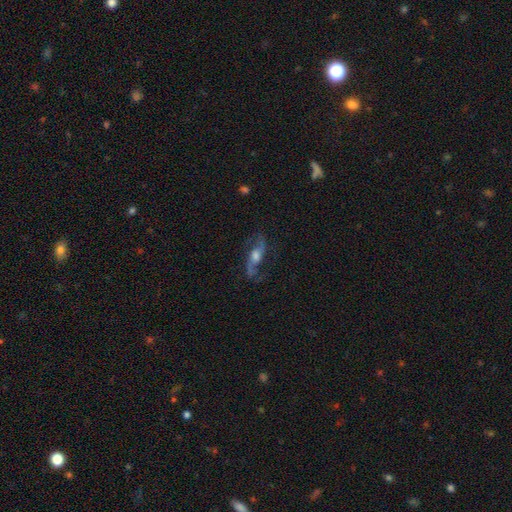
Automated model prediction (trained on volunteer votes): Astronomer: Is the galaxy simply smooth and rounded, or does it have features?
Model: featured or disk — 80%.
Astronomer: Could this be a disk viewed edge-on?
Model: no — 81%.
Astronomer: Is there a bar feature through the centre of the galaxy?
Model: no — 48% (runner-up: weak, 34%).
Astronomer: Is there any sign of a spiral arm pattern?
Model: yes — 93%.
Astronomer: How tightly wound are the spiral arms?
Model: loose — 64%.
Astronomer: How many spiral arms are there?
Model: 2 — 91%.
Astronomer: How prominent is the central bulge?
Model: moderate — 53%.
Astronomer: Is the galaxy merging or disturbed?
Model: none — 70%.